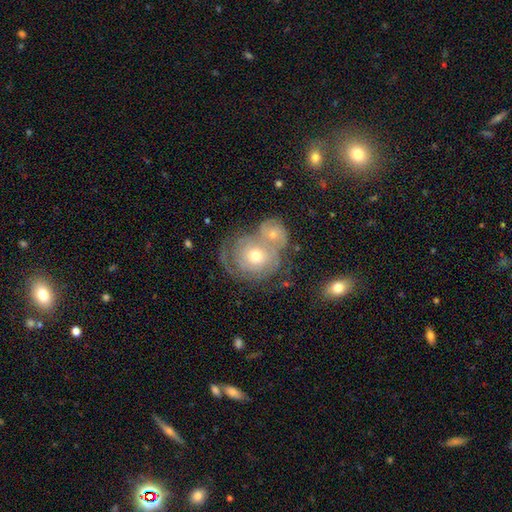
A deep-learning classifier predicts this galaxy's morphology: featured or disk 71%, smooth 22%, star or artifact 8%. Down the decision tree: edge-on disk — no (97%); bar — no (82%); spiral arms — yes (83%); spiral arm count — can't tell (46%); spiral winding — tight (72%); bulge size — moderate (63%); merging — merger (48%).